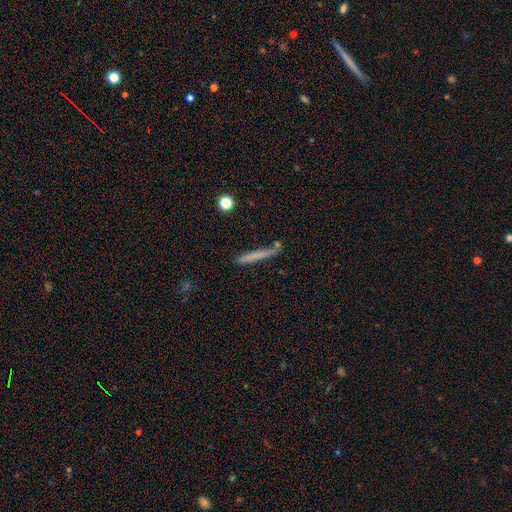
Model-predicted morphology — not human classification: This is likely a smooth galaxy (65%). How rounded: clearly cigar-shaped (96%). Merging: likely none (76%).